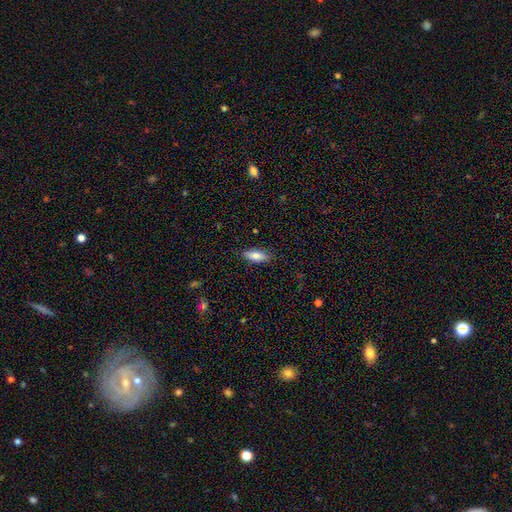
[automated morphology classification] This is clearly a smooth galaxy (81%). How rounded: likely in between (72%). Merging: clearly none (83%).